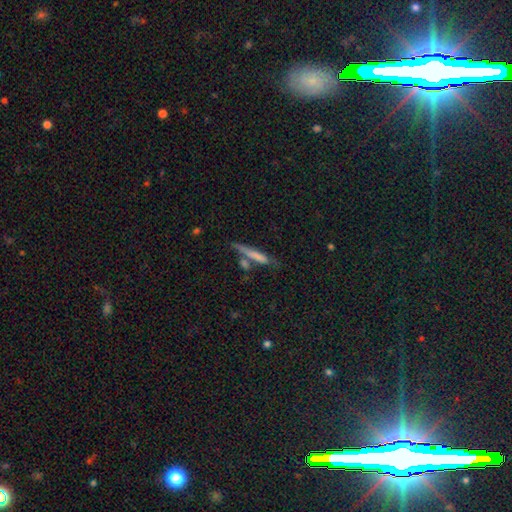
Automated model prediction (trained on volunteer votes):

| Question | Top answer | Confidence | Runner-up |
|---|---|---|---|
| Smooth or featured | smooth | 63% | featured or disk (29%) |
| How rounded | cigar-shaped | 91% | in between (7%) |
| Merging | none | 59% | merger (20%) |